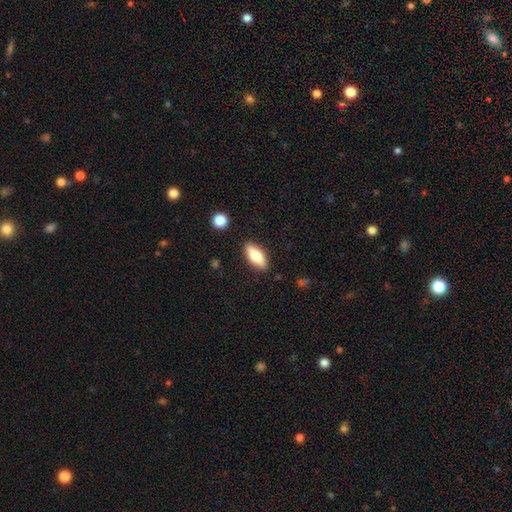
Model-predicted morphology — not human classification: Q: Smooth or featured?
A: smooth (74%); runner-up: featured or disk (19%)
Q: How rounded?
A: in between (77%); runner-up: cigar-shaped (20%)
Q: Merging?
A: none (87%); runner-up: minor disturbance (9%)